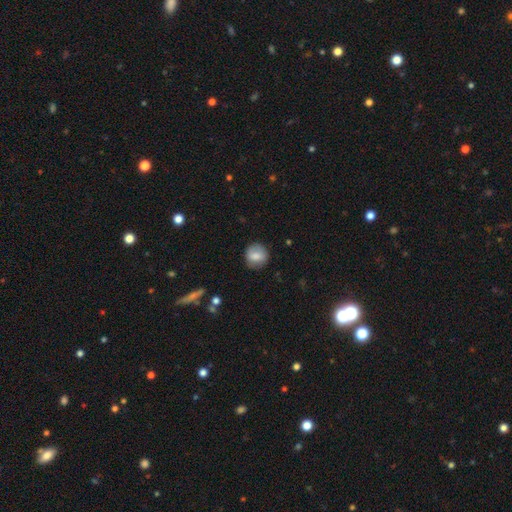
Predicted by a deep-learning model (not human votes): The model was most divided on "smooth or featured": smooth: 79%, featured or disk: 13%, star or artifact: 8%. More confident: how rounded — round (86%); merging — none (82%).